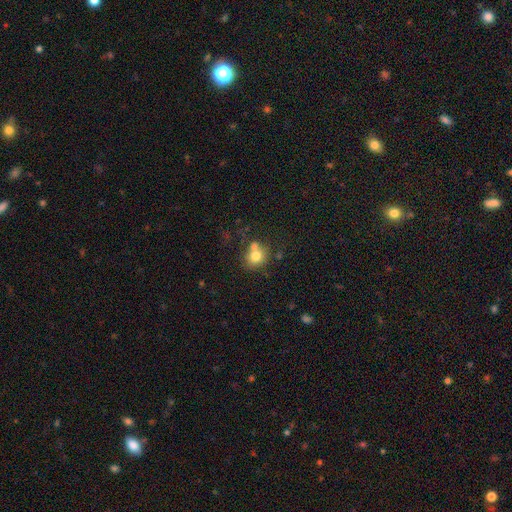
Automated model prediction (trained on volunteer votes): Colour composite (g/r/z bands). It shows a smooth galaxy with no disk features (76%) that is round (77%). Merging: none (51%).